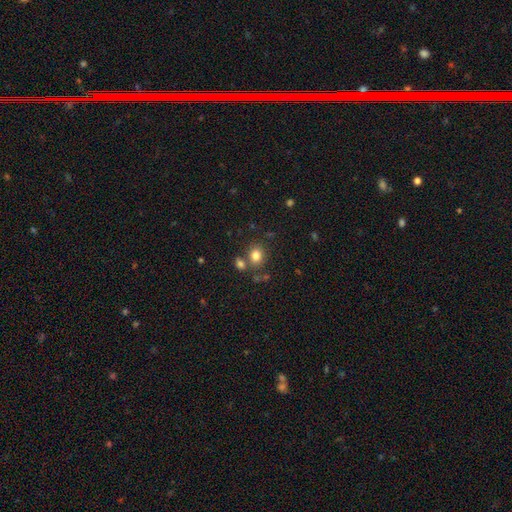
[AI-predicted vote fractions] This appears to be a smooth galaxy with no disk features (81%) that is round (65%). Merging: none (69%).